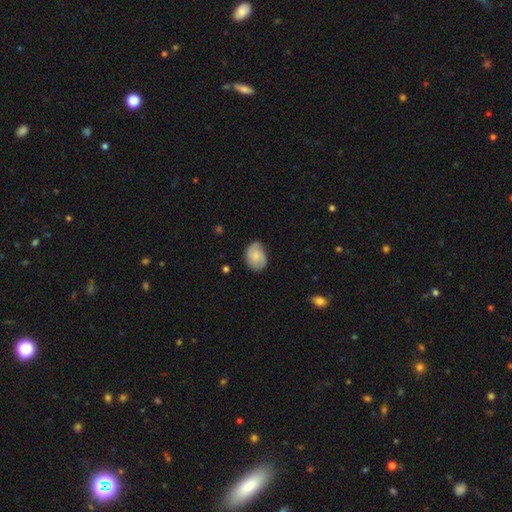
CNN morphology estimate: Smooth or featured?
  - smooth: 52% *
  - featured or disk: 41%
  - star or artifact: 7%
How rounded?
  - in between: 63% *
  - round: 36%
  - cigar-shaped: 1%
Merging?
  - none: 70% *
  - minor disturbance: 24%
  - major disturbance: 5%
  - merger: 1%